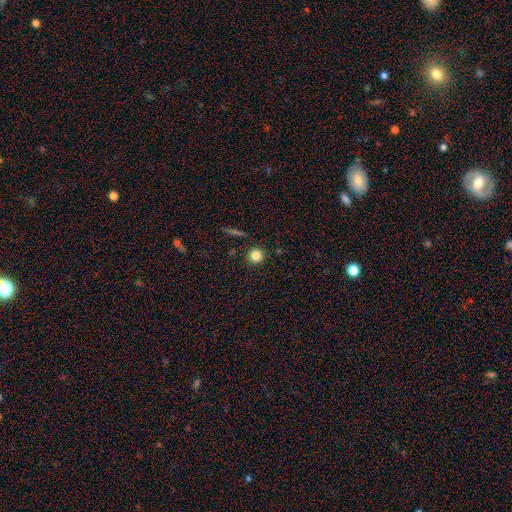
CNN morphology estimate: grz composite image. It shows a smooth galaxy with no disk features (82%) that is round (95%). Merging: none (90%).